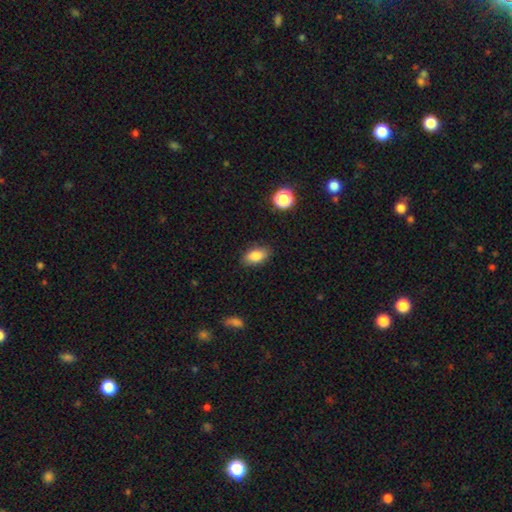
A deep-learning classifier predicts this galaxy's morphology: This appears to be a smooth galaxy with no disk features (84%) that is in between round and cigar-shaped (89%). Merging: none (86%).